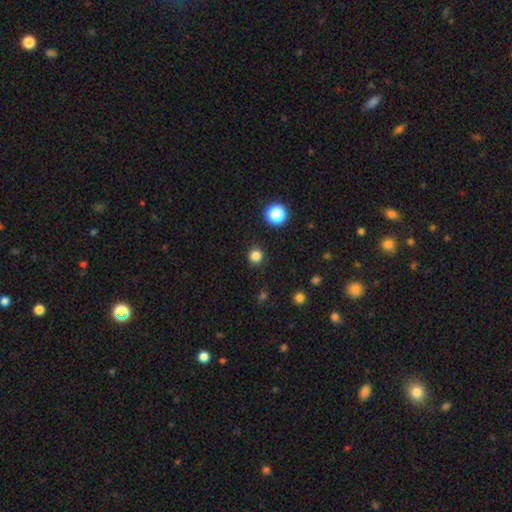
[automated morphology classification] type=smooth (83%); roundness=round (93%); merging=none (91%).